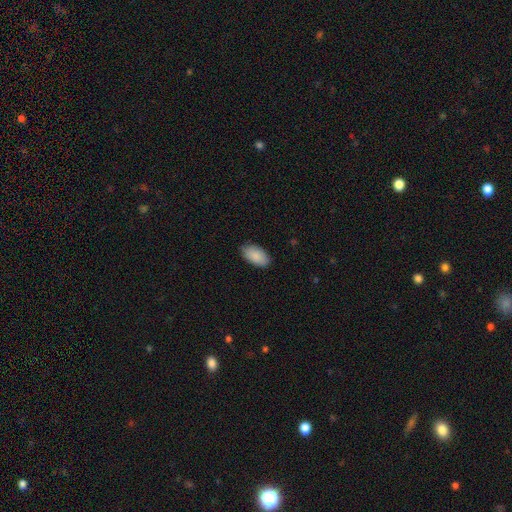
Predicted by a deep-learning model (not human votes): A smooth galaxy with no disk features (89%) that is in between round and cigar-shaped (95%). Merging: none (85%).